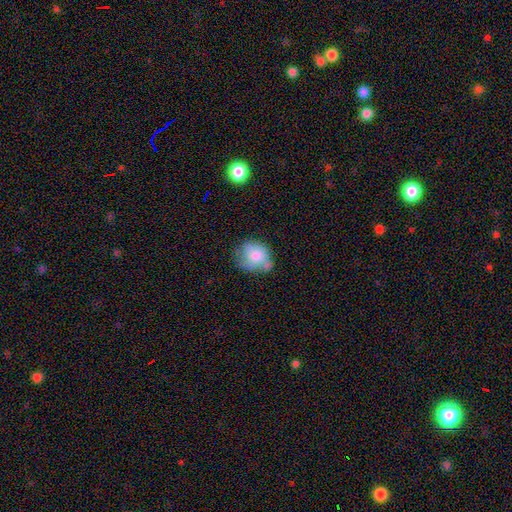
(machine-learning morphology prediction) A smooth galaxy with no disk features (64%) that is round (65%). Merging: none (46%).